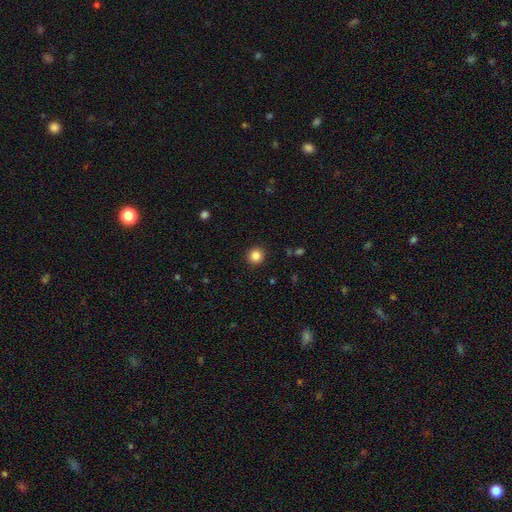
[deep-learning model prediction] smooth 85%, star or artifact 11%, featured or disk 4%. Down the decision tree: how rounded — round (93%); merging — none (92%).